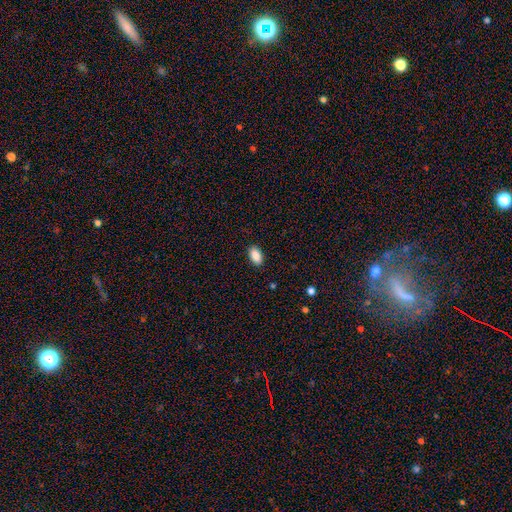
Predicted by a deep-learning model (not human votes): This is clearly a smooth galaxy (89%). How rounded: clearly in between (93%). Merging: clearly none (88%).